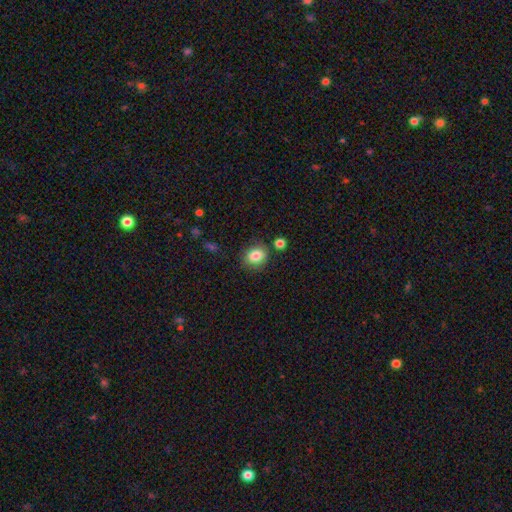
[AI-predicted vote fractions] Smooth or featured?
  - smooth: 84% *
  - star or artifact: 10%
  - featured or disk: 7%
How rounded?
  - round: 56% *
  - in between: 43%
  - cigar-shaped: 1%
Merging?
  - none: 78% *
  - minor disturbance: 13%
  - merger: 5%
  - major disturbance: 3%